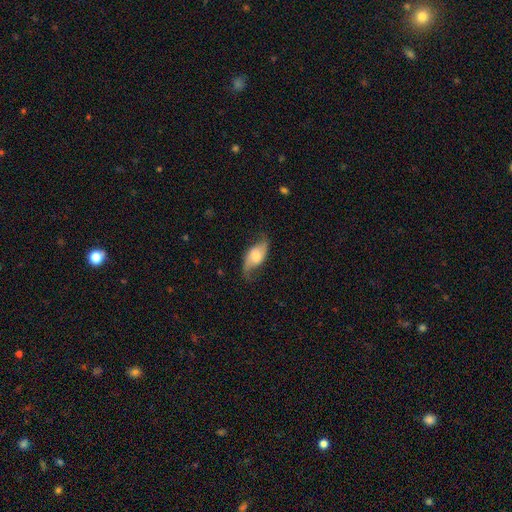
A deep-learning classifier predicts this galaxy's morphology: type=featured or disk (64%); edge-on=no (92%); bar=no (60%); spiral arms=yes (91%); winding=loose (67%); arm count=2 (87%); bulge=moderate (42%); merging=none (66%).